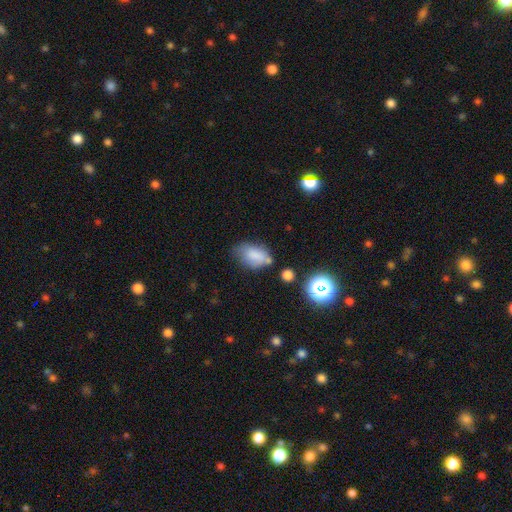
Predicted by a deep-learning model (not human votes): Smooth or featured? smooth (77%)
How rounded? in between (88%)
Merging? none (45%)